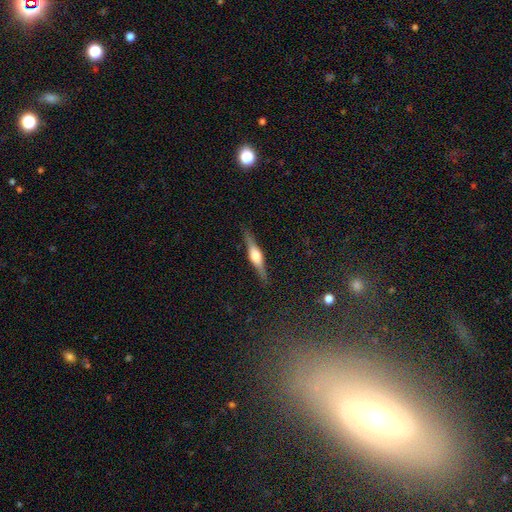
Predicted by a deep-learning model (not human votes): This is likely a featured or disk galaxy (73%). It is clearly viewed edge-on (97%). Edge-on bulge: clearly rounded (87%). Merging: clearly none (88%).